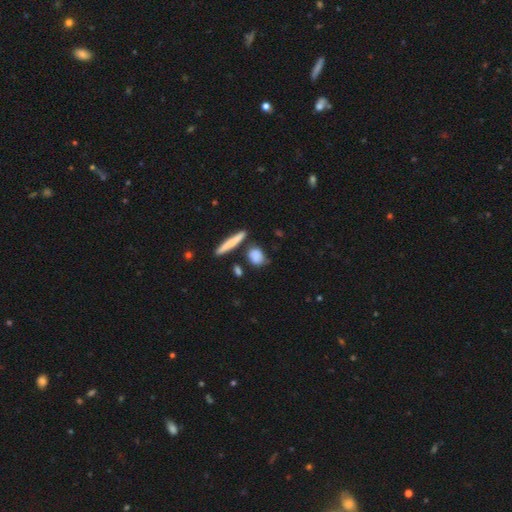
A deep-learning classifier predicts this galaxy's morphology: Smooth or featured? Predicted: smooth (p=0.80). How rounded? Predicted: in between (p=0.42). Merging? Predicted: none (p=0.68).